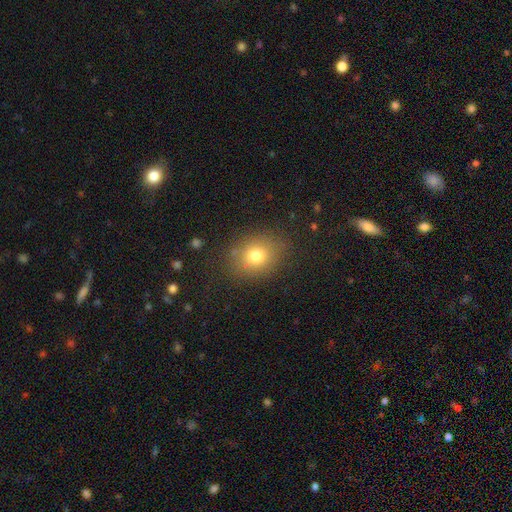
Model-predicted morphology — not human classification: A smooth galaxy with no disk features (76%) that is round (51%). Merging: none (82%).